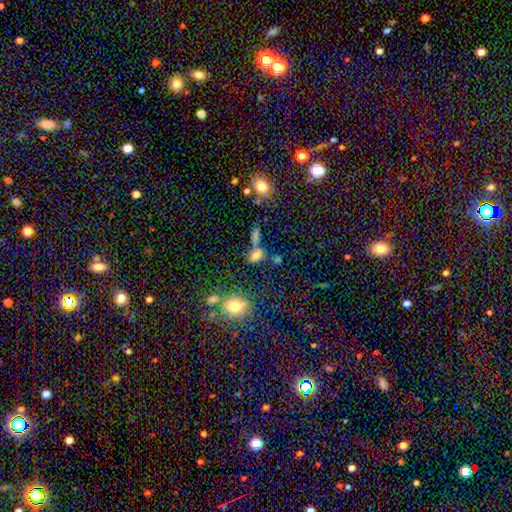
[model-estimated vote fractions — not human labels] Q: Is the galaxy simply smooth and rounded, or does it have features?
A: smooth — 65%.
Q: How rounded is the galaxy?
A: in between — 64%.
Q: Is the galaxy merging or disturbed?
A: none — 50%.